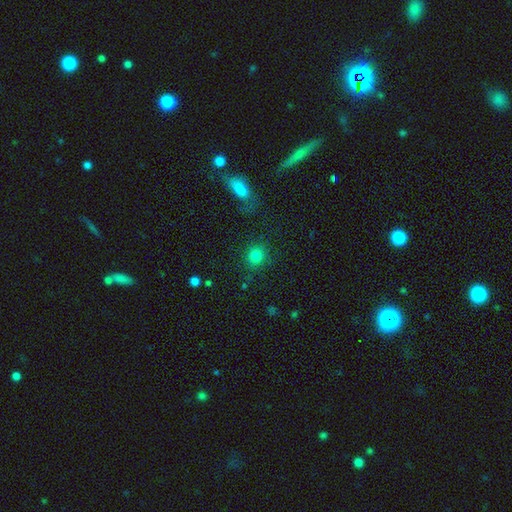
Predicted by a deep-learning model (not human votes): This appears to be a smooth galaxy with no disk features (82%) that is round (83%). Merging: none (84%).